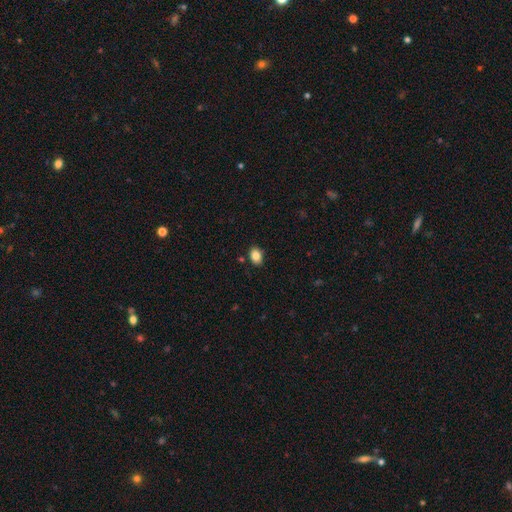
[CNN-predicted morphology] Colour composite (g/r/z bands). It shows a smooth galaxy with no disk features (86%) that is in between round and cigar-shaped (78%). Merging: none (86%).